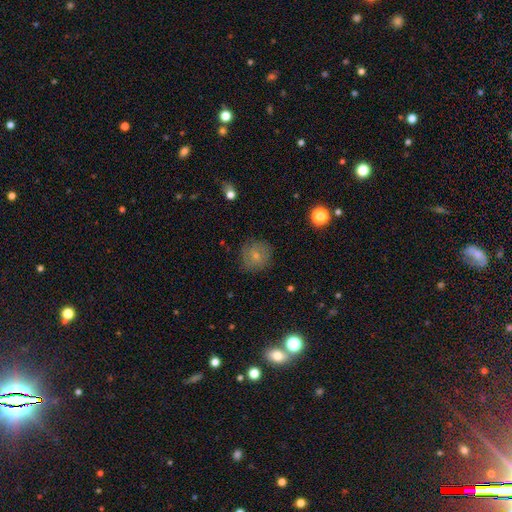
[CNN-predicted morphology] Smooth or featured? smooth (70%)
How rounded? round (89%)
Merging? none (78%)